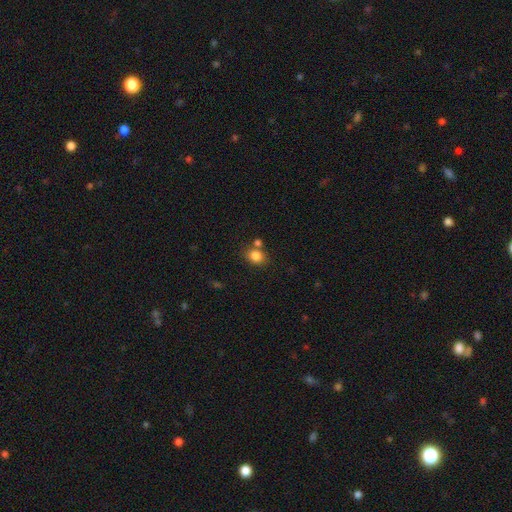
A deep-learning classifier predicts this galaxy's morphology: This appears to be a smooth galaxy with no disk features (83%) that is round (60%). Merging: none (65%).